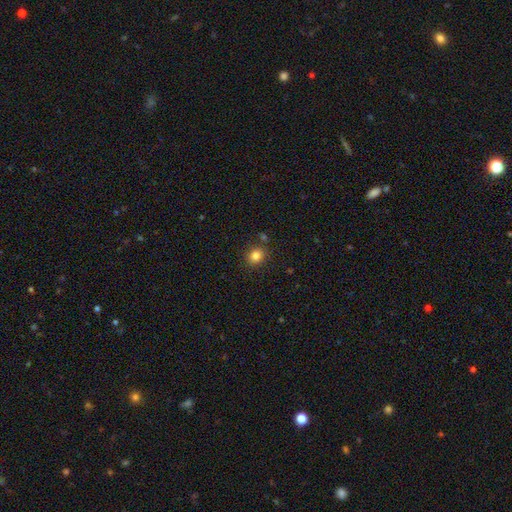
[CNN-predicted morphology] smooth_or_featured: smooth (p=0.83) [alt: star or artifact p=0.12]
how_rounded: round (p=0.73) [alt: in between p=0.26]
merging: none (p=0.84) [alt: minor disturbance p=0.09]